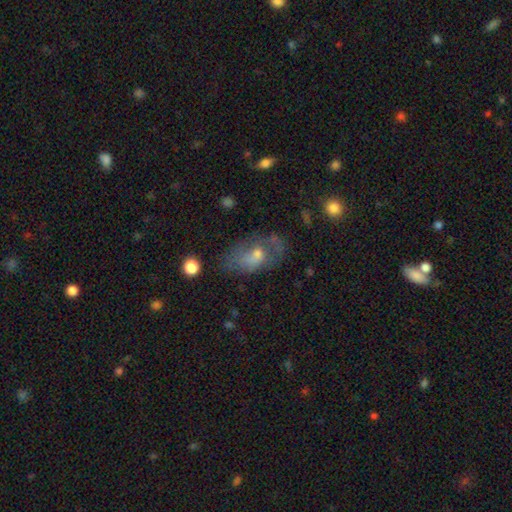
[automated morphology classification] smooth 48%, featured or disk 40%, star or artifact 11%. Down the decision tree: merging — none (50%).